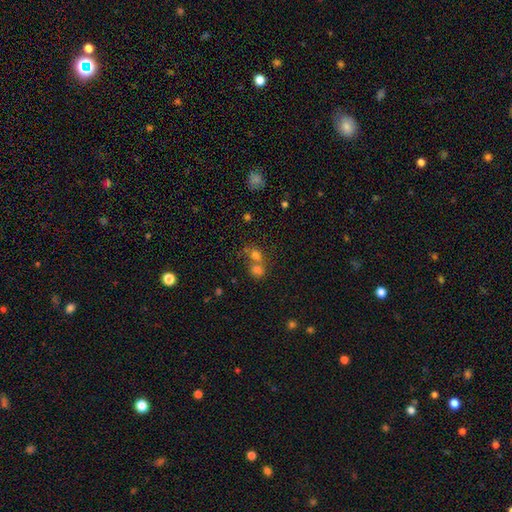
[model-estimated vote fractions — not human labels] A smooth galaxy with no disk features (61%) that is round (69%).

Vote fractions:
- Smooth or featured? smooth: 61% / star or artifact: 26% / featured or disk: 14%
- How rounded? round: 69% / in between: 29% / cigar-shaped: 2%
- Merging? merger: 54% / none: 36% / minor disturbance: 6% / major disturbance: 4%